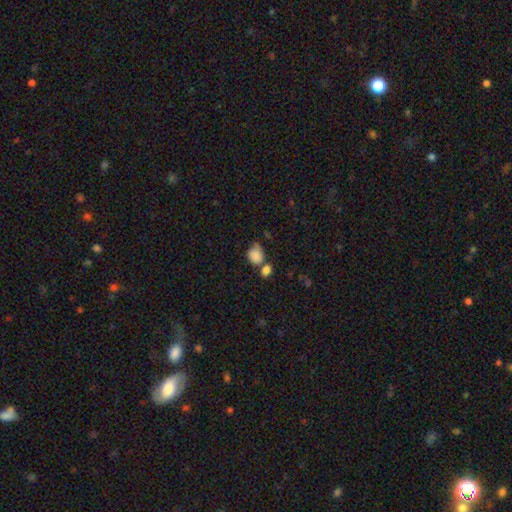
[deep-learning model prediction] Morphology: type=smooth (84%); roundness=round (60%); merging=none (38%).